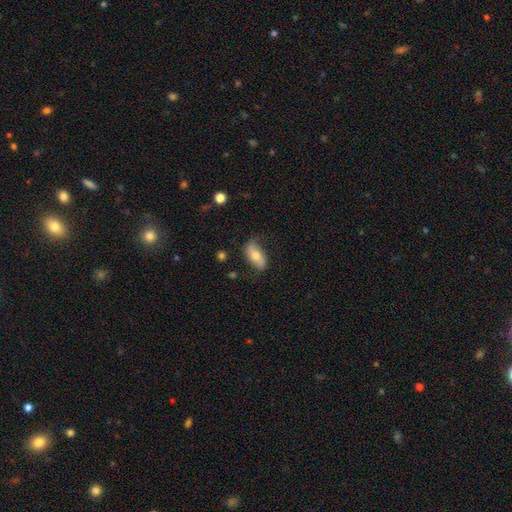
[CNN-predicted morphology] Overall: smooth (64%; featured or disk 29%). How rounded: in between (85%). Merging: none (71%).